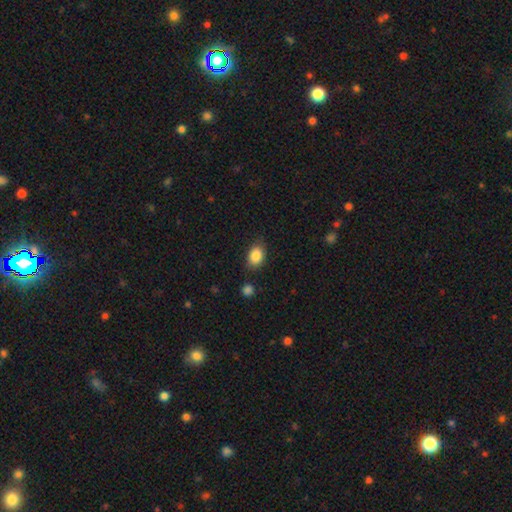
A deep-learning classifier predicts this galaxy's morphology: Smooth or featured? smooth (87%)
How rounded? in between (77%)
Merging? none (79%)